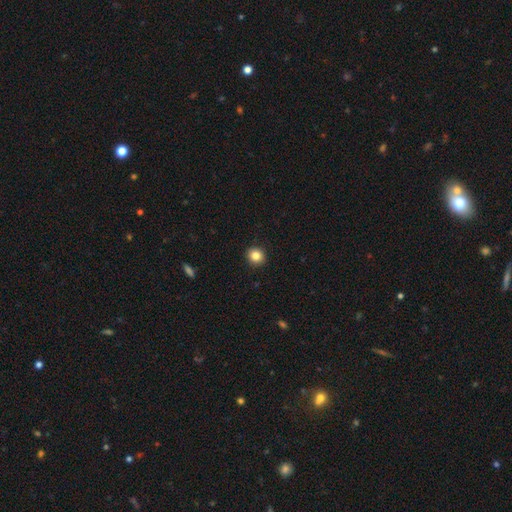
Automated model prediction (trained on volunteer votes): smooth_or_featured: smooth (p=0.84) [alt: star or artifact p=0.10]
how_rounded: round (p=0.88) [alt: in between p=0.11]
merging: none (p=0.92) [alt: minor disturbance p=0.05]